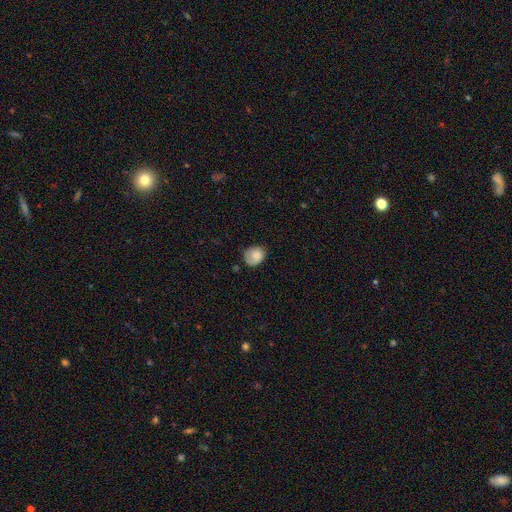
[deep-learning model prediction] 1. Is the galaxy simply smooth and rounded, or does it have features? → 81% smooth, 11% featured or disk, 8% star or artifact.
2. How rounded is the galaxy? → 61% round, 38% in between, 1% cigar-shaped.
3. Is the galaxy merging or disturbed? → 61% none, 28% minor disturbance, 9% major disturbance, 2% merger.